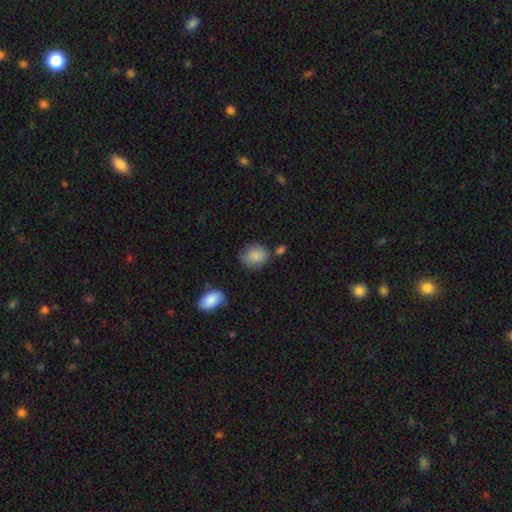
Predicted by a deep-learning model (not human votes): Morphology: type=smooth (87%); roundness=round (60%); merging=none (67%).